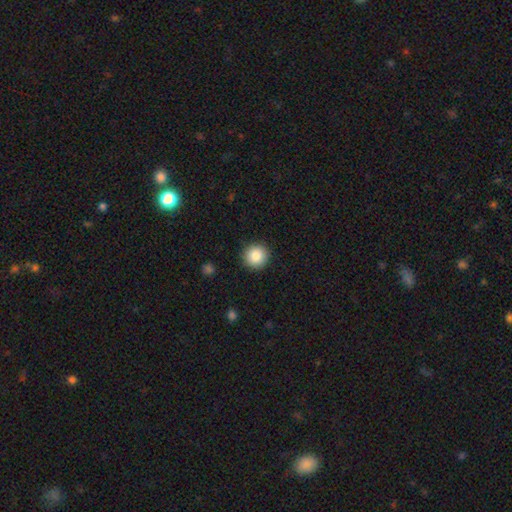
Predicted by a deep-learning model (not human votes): smooth 86%, star or artifact 9%, featured or disk 6%. Down the decision tree: how rounded — round (94%); merging — none (92%).